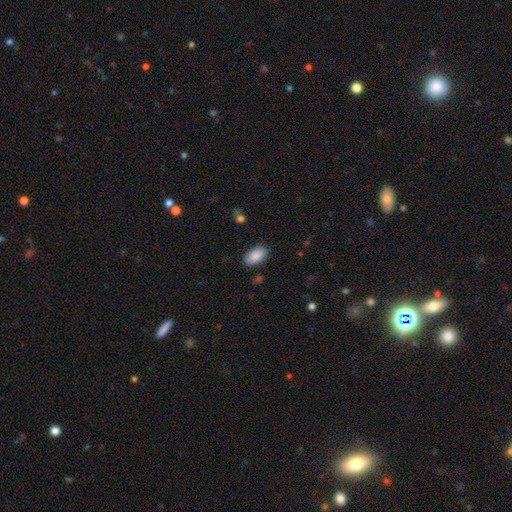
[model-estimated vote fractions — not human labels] A smooth galaxy with no disk features (89%) that is in between round and cigar-shaped (95%).

Vote fractions:
- Smooth or featured? smooth: 89% / star or artifact: 6% / featured or disk: 5%
- How rounded? in between: 95% / round: 4% / cigar-shaped: 2%
- Merging? none: 86% / minor disturbance: 10% / major disturbance: 3% / merger: 1%